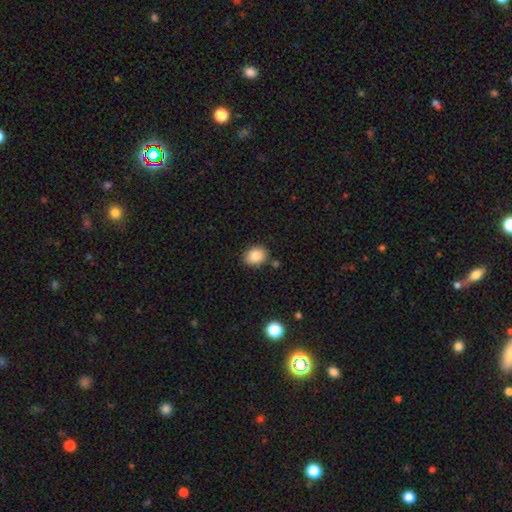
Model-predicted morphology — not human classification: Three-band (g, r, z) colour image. It shows a smooth galaxy with no disk features (86%) that is in between round and cigar-shaped (57%). Merging: none (81%).